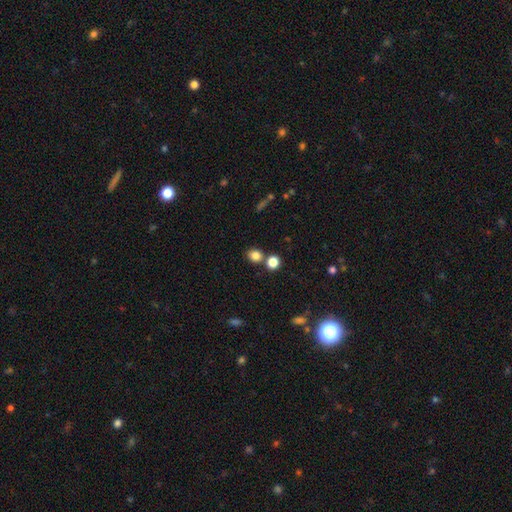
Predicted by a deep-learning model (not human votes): smooth 82%, star or artifact 12%, featured or disk 5%. Down the decision tree: how rounded — round (74%); merging — none (69%).